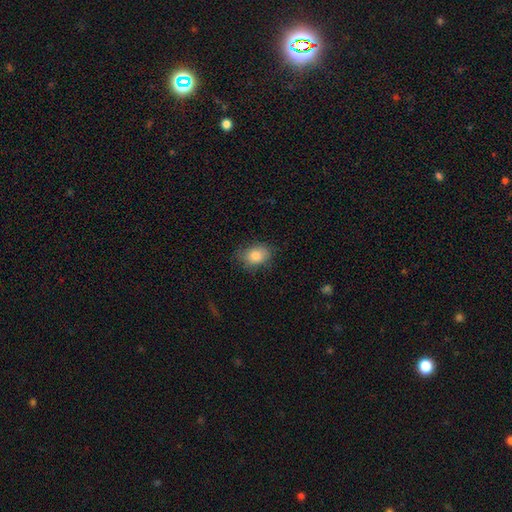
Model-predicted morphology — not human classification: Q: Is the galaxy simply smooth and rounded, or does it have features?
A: smooth — 82%.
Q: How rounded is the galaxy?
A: in between — 65%.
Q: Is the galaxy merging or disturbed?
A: none — 74%.